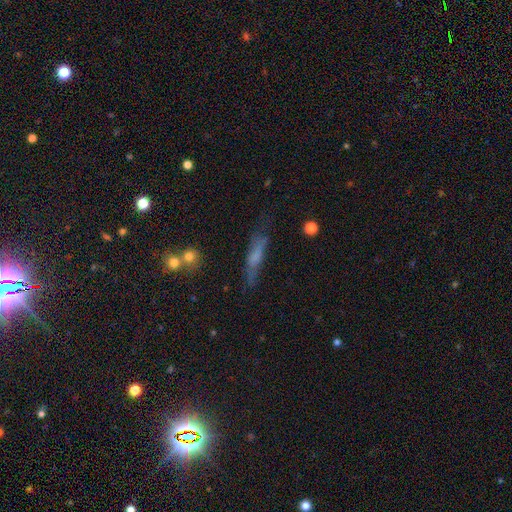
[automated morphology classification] smooth 49%, featured or disk 38%, star or artifact 12%. Down the decision tree: merging — none (57%).